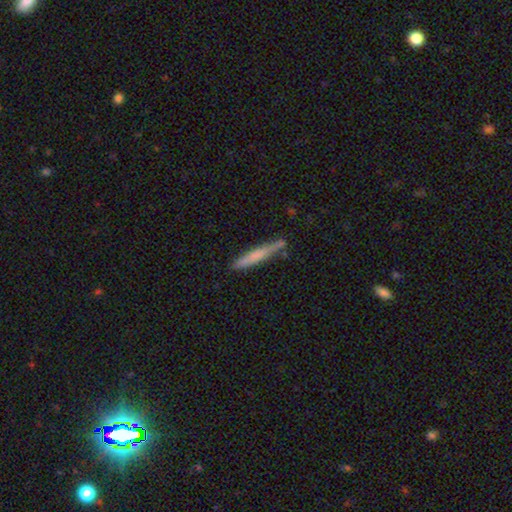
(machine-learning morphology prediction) Q: Smooth or featured?
A: smooth (65%); runner-up: featured or disk (30%)
Q: How rounded?
A: cigar-shaped (95%); runner-up: in between (4%)
Q: Merging?
A: none (77%); runner-up: minor disturbance (15%)